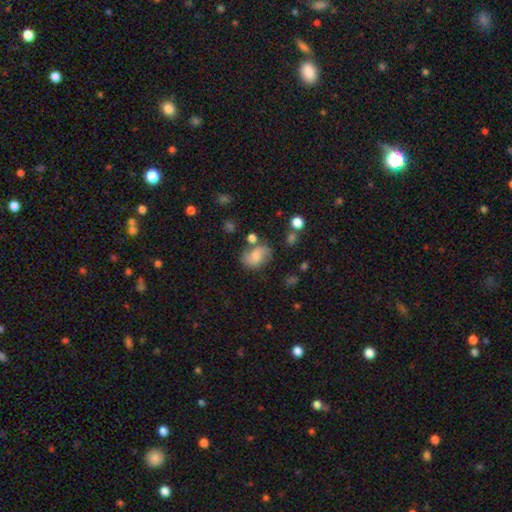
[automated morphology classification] Overall: smooth (61%; featured or disk 29%). How rounded: in between (71%). Merging: none (60%; minor disturbance 23%).